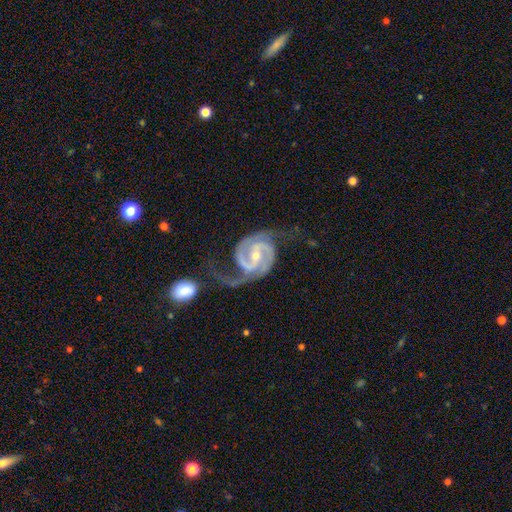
Overall: featured or disk (100%). Edge-on disk: no (100%). Bar: weak (37%; no 34%). Spiral arms: yes (100%). Spiral arm count: 2 (100%). Spiral winding: medium (42%; tight 37%). Bulge size: small (61%; moderate 39%). Merging: none (79%).